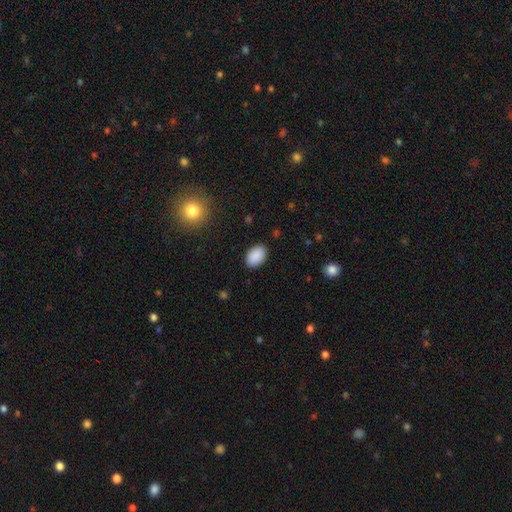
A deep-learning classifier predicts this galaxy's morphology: Smooth or featured: smooth — 89% (star or artifact — 7%)
How rounded: in between — 87% (round — 12%)
Merging: none — 87% (minor disturbance — 10%)